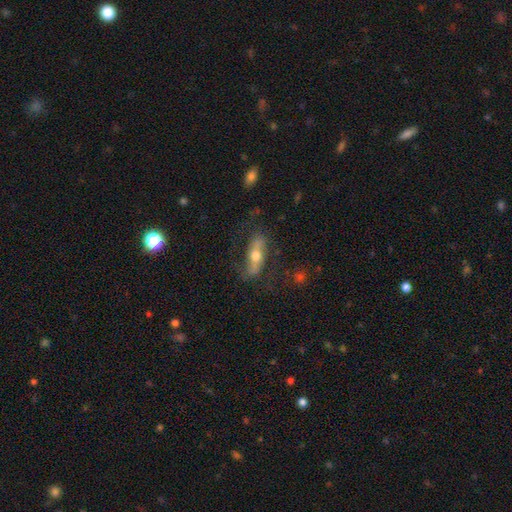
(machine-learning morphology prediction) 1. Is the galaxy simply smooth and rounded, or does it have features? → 51% featured or disk, 41% smooth, 8% star or artifact.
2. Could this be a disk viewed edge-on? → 56% no, 44% yes.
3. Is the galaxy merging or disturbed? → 68% none, 19% minor disturbance, 10% major disturbance, 2% merger.